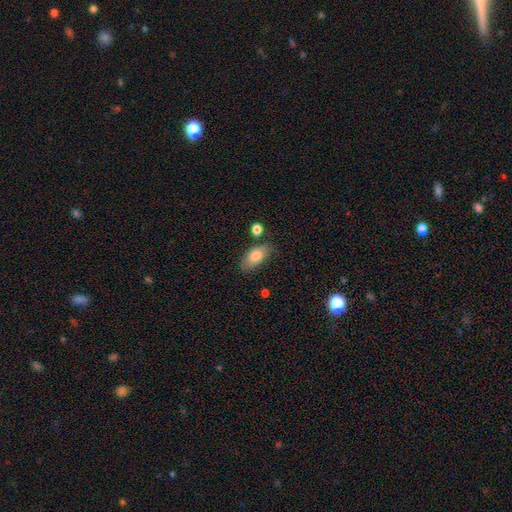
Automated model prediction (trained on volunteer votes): This is likely a smooth galaxy (79%). How rounded: clearly in between (91%). Merging: likely none (65%).